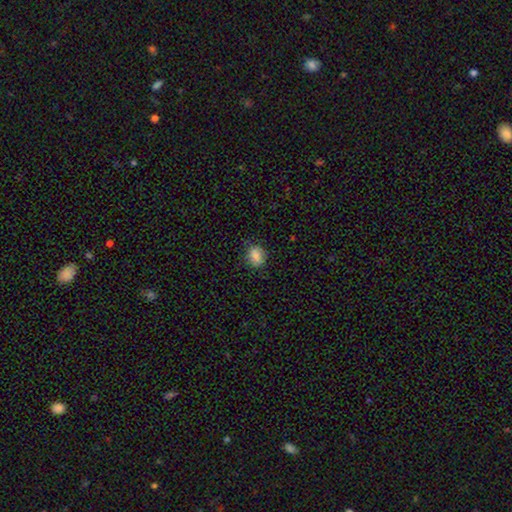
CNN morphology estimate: Smooth or featured?
  - smooth: 85% *
  - star or artifact: 9%
  - featured or disk: 6%
How rounded?
  - round: 56% *
  - in between: 43%
  - cigar-shaped: 1%
Merging?
  - none: 79% *
  - minor disturbance: 17%
  - major disturbance: 4%
  - merger: 1%